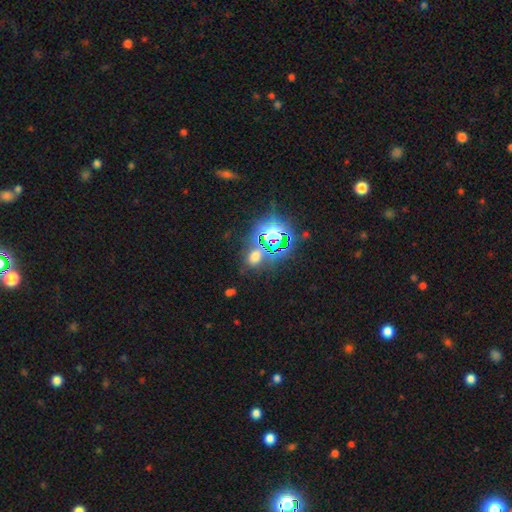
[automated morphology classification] Q: Smooth or featured?
A: star or artifact (51%); runner-up: smooth (40%)